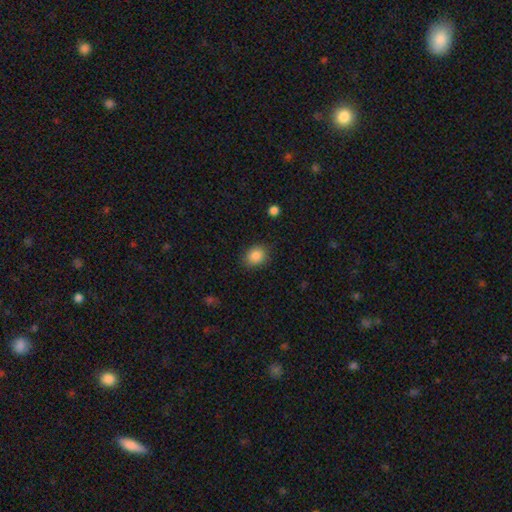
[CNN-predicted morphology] type=smooth (87%); roundness=round (59%); merging=none (83%).